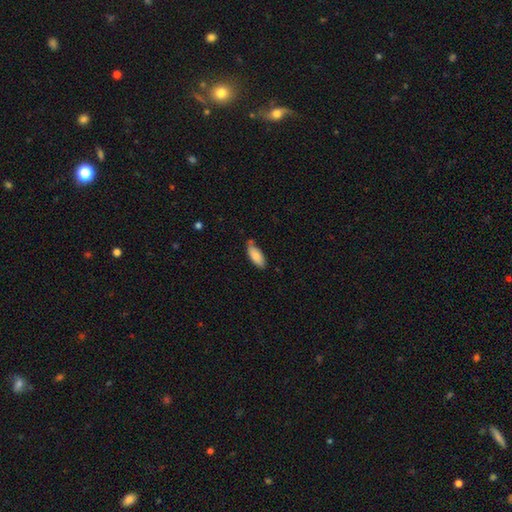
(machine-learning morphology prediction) This appears to be a smooth galaxy with no disk features (82%) that is in between round and cigar-shaped (83%). Merging: none (69%).